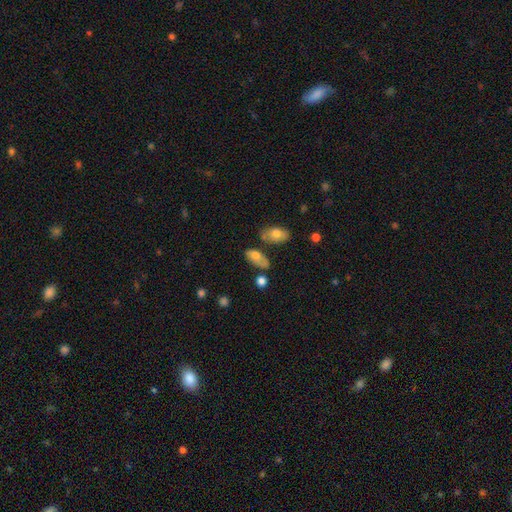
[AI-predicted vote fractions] A smooth galaxy with no disk features (69%) that is in between round and cigar-shaped (89%).

Vote fractions:
- Smooth or featured? smooth: 69% / featured or disk: 22% / star or artifact: 8%
- How rounded? in between: 89% / round: 6% / cigar-shaped: 5%
- Merging? none: 50% / minor disturbance: 24% / merger: 17% / major disturbance: 9%